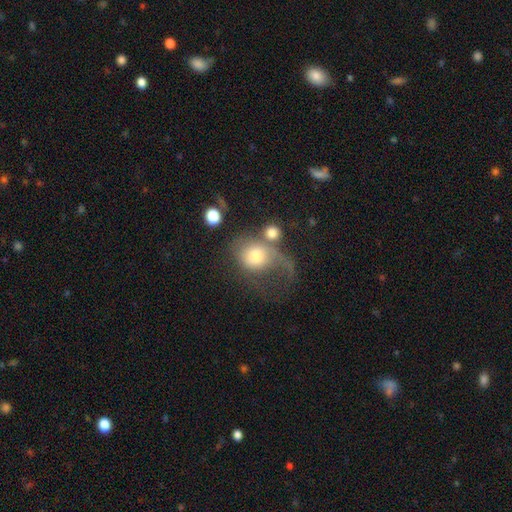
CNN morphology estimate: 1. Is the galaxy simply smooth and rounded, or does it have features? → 60% smooth, 30% featured or disk, 10% star or artifact.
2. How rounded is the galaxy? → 61% round, 38% in between, 1% cigar-shaped.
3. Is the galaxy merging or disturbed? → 43% major disturbance, 26% merger, 18% none, 13% minor disturbance.